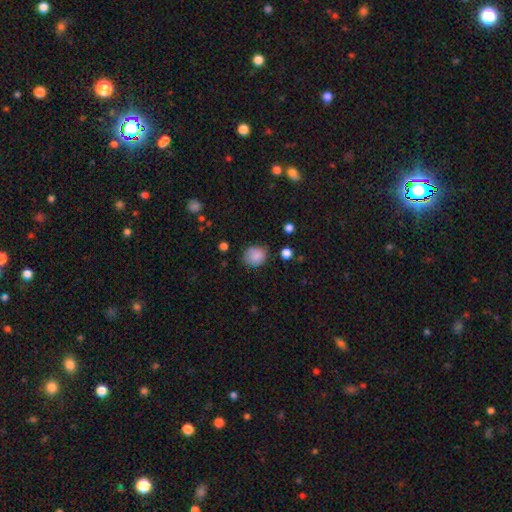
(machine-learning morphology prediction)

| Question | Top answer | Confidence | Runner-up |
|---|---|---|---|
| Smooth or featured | smooth | 85% | star or artifact (9%) |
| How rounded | round | 67% | in between (32%) |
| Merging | none | 74% | minor disturbance (20%) |